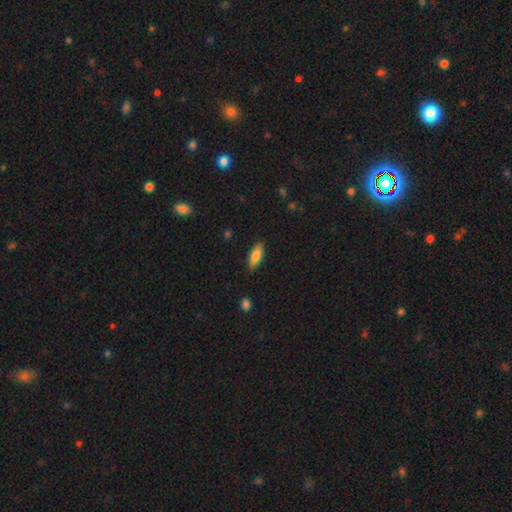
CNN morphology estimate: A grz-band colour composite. It shows a smooth galaxy with no disk features (82%) that is in between round and cigar-shaped (72%). Merging: none (86%).